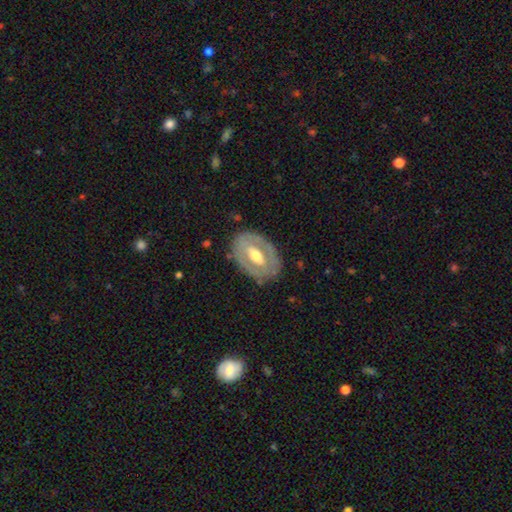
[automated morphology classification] Q: Smooth or featured?
A: featured or disk (64%); runner-up: smooth (31%)
Q: Edge-on disk?
A: no (92%); runner-up: yes (8%)
Q: Bar?
A: no (38%); runner-up: weak (35%)
Q: Spiral arms?
A: no (78%); runner-up: yes (22%)
Q: Bulge size?
A: moderate (69%); runner-up: large (15%)
Q: Merging?
A: none (78%); runner-up: minor disturbance (15%)